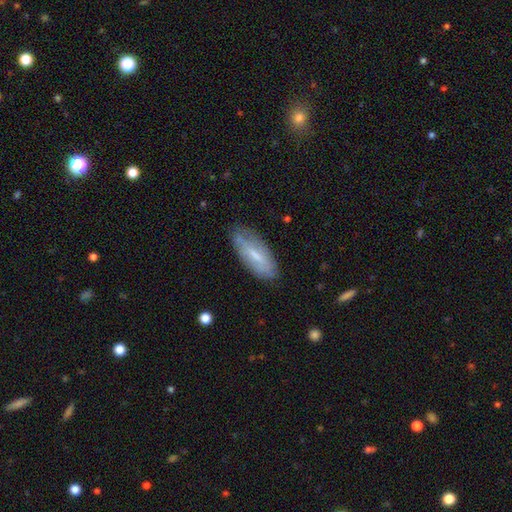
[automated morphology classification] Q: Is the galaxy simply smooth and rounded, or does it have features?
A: smooth — 55%.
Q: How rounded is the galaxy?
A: in between — 72%.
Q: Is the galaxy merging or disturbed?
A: none — 71%.